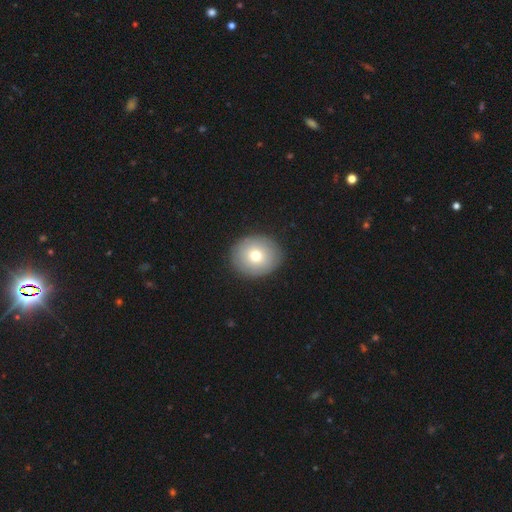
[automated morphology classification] Q: Smooth or featured?
A: smooth (71%); runner-up: featured or disk (20%)
Q: How rounded?
A: round (72%); runner-up: in between (27%)
Q: Merging?
A: none (89%); runner-up: minor disturbance (8%)